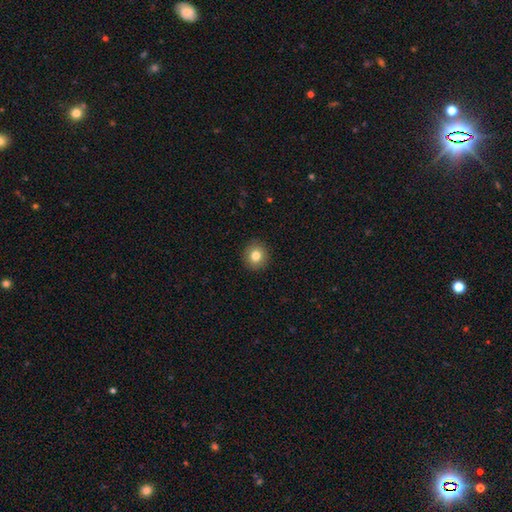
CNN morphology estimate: The model was most divided on "smooth or featured": smooth: 80%, star or artifact: 10%, featured or disk: 9%. More confident: merging — none (92%); how rounded — round (92%).